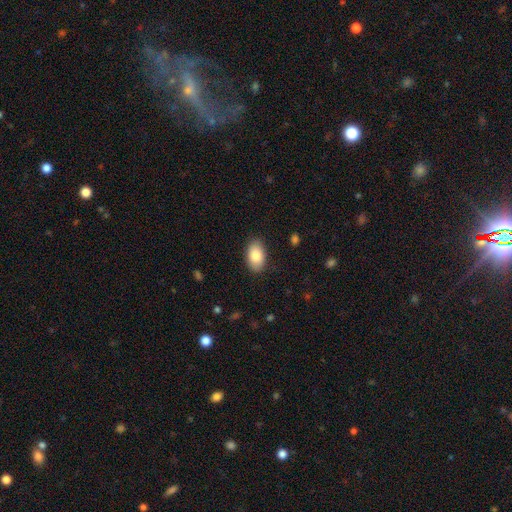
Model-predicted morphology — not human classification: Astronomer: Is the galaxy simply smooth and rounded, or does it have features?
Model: smooth — 86%.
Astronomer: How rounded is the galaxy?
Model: in between — 92%.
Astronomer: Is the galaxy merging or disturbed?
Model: none — 87%.